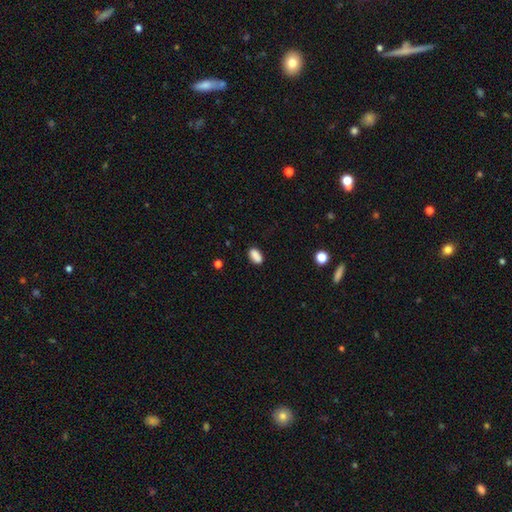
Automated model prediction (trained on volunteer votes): A smooth galaxy with no disk features (87%) that is in between round and cigar-shaped (89%).

Vote fractions:
- Smooth or featured? smooth: 87% / star or artifact: 9% / featured or disk: 4%
- How rounded? in between: 89% / round: 6% / cigar-shaped: 5%
- Merging? none: 82% / minor disturbance: 12% / merger: 3% / major disturbance: 3%